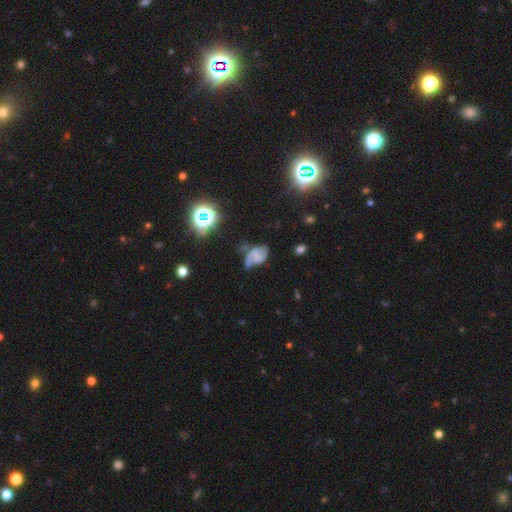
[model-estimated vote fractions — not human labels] smooth-or-featured: featured or disk: 58% | smooth: 25% | star or artifact: 16%
  disk-edge-on: no: 97% | yes: 3%
    bar: no: 51% | weak: 33% | strong: 16%
    has-spiral-arms: yes: 79% | no: 21%
    bulge-size: none: 63% | small: 23% | moderate: 9% | large: 3% | dominant: 2%
  merging: none: 34% | major disturbance: 30% | minor disturbance: 29% | merger: 8%